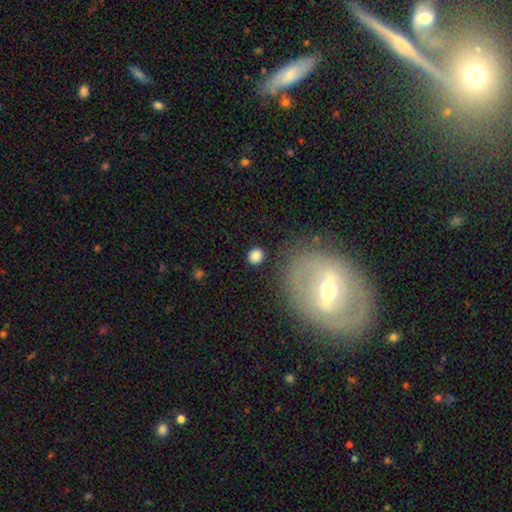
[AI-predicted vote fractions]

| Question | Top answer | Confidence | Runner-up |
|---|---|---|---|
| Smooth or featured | smooth | 85% | star or artifact (9%) |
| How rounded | round | 79% | in between (19%) |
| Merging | none | 87% | minor disturbance (7%) |